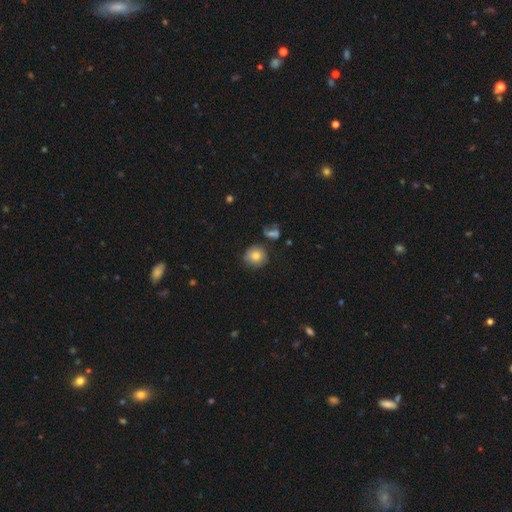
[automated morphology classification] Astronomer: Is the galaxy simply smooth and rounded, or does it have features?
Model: smooth — 75%.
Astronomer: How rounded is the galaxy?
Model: round — 89%.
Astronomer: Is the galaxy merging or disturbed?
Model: none — 74%.